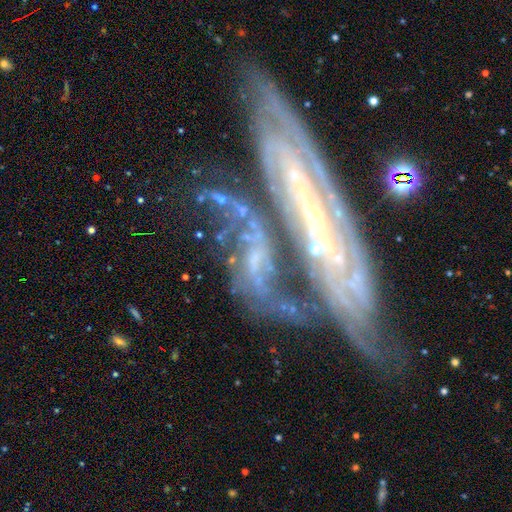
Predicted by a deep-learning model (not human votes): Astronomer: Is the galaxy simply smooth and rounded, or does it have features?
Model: featured or disk — 82%.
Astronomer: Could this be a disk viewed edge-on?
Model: no — 82%.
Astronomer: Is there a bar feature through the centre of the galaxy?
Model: no — 52%.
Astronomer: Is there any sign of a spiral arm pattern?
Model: yes — 90%.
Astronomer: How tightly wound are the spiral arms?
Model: tight — 61%.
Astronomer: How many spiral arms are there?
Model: can't tell — 37% (runner-up: 2, 29%).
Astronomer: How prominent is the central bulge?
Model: small — 74%.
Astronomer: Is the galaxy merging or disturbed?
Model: merger — 41% (runner-up: none, 32%).